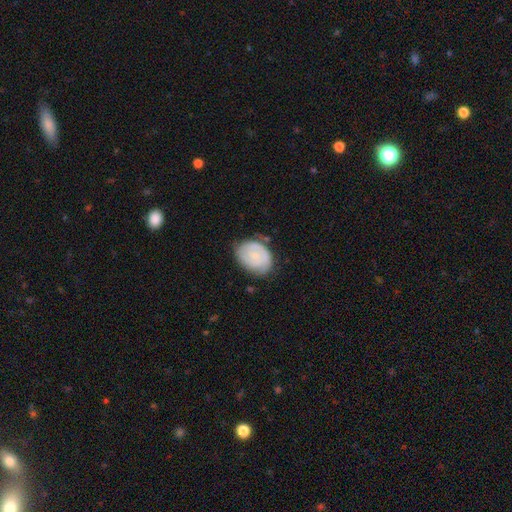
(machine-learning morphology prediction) smooth-or-featured: featured or disk: 57% | smooth: 37% | star or artifact: 6%
  disk-edge-on: no: 97% | yes: 3%
    bar: no: 70% | weak: 26% | strong: 4%
    has-spiral-arms: yes: 83% | no: 17%
    bulge-size: small: 65% | moderate: 17% | none: 16% | large: 1% | dominant: 1%
  merging: none: 66% | minor disturbance: 24% | major disturbance: 7% | merger: 2%